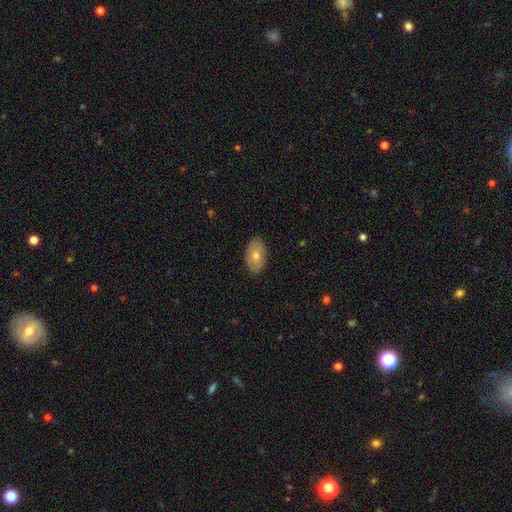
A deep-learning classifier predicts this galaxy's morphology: The model was most divided on "smooth or featured": smooth: 59%, featured or disk: 34%, star or artifact: 7%. More confident: how rounded — in between (93%); merging — none (87%).